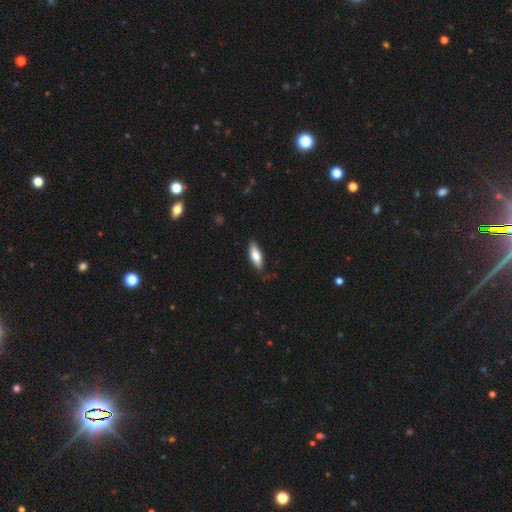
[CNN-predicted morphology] The model was most divided on "how rounded": in between: 67%, cigar-shaped: 31%, round: 2%. More confident: merging — none (82%); smooth or featured — smooth (73%).